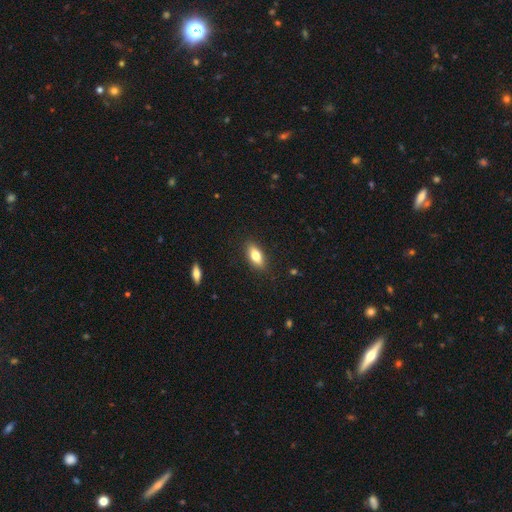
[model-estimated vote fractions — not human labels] Smooth or featured?
  - smooth: 75% *
  - featured or disk: 18%
  - star or artifact: 7%
How rounded?
  - in between: 82% *
  - cigar-shaped: 15%
  - round: 4%
Merging?
  - none: 87% *
  - minor disturbance: 10%
  - major disturbance: 2%
  - merger: 1%